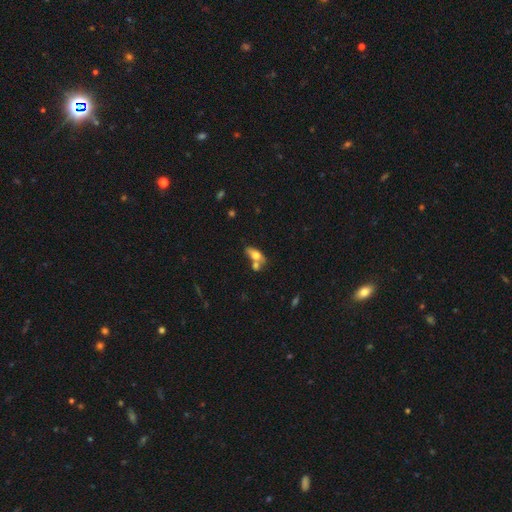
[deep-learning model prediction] Smooth or featured: smooth — 62% (featured or disk — 30%)
How rounded: in between — 78% (cigar-shaped — 16%)
Merging: none — 43% (merger — 39%)